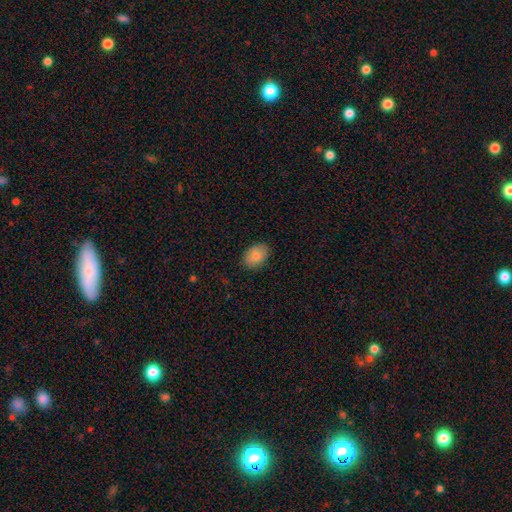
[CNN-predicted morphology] Q: Smooth or featured?
A: smooth (83%); runner-up: featured or disk (10%)
Q: How rounded?
A: in between (78%); runner-up: round (21%)
Q: Merging?
A: none (86%); runner-up: minor disturbance (11%)